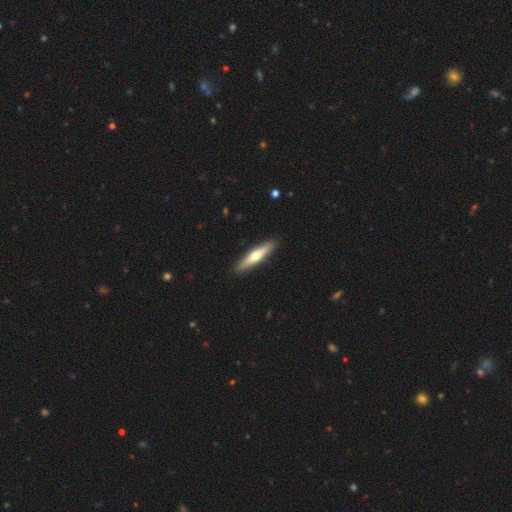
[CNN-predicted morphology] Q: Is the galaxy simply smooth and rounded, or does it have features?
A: featured or disk — 48%.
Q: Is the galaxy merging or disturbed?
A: none — 91%.